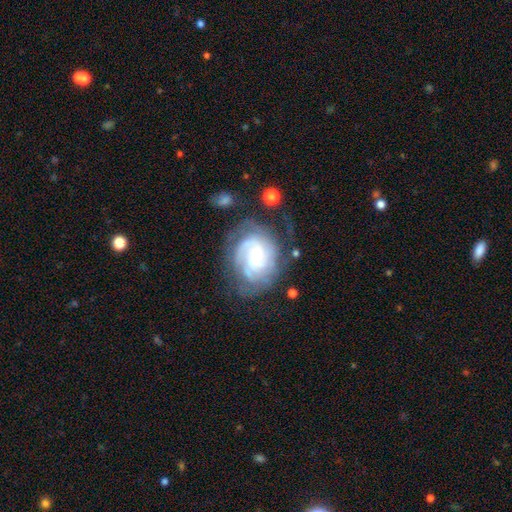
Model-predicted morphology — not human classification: smooth-or-featured: featured or disk: 80% | smooth: 13% | star or artifact: 6%
  disk-edge-on: no: 98% | yes: 2%
    bar: no: 67% | weak: 28% | strong: 5%
    has-spiral-arms: yes: 94% | no: 6%
      spiral-winding: tight: 66% | medium: 27% | loose: 7%
      spiral-arm-count: can't tell: 35% | 2: 25% | 3: 20% | 4: 10% | 1: 5% | more than 4: 5%
    bulge-size: small: 65% | moderate: 24% | none: 5% | large: 4% | dominant: 1%
  merging: none: 61% | minor disturbance: 22% | major disturbance: 14% | merger: 3%